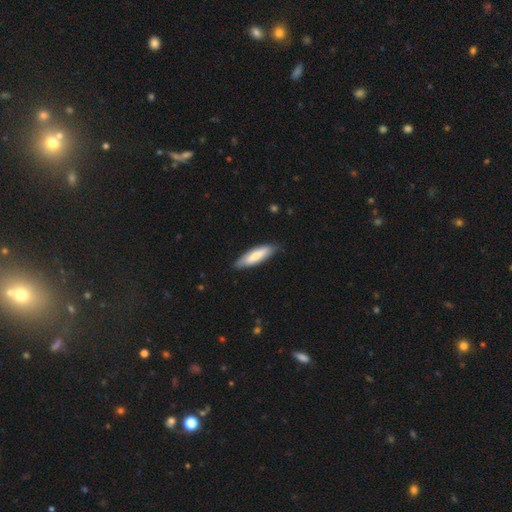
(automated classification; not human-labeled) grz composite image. It shows a smooth galaxy with no disk features (70%) that is cigar-shaped (58%). Merging: none (82%).